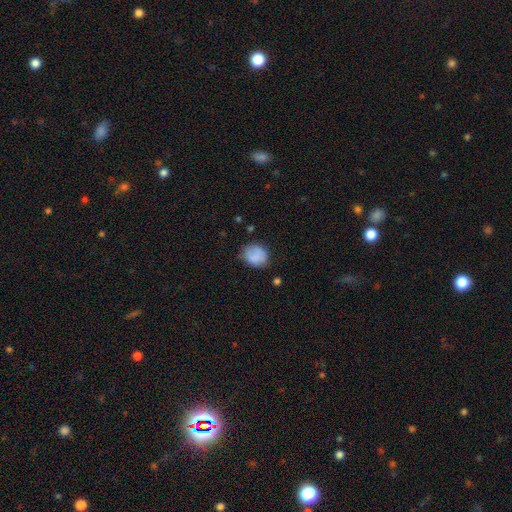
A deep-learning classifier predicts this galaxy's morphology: This is likely a smooth galaxy (80%). How rounded: possibly round (56%). Merging: likely none (68%).